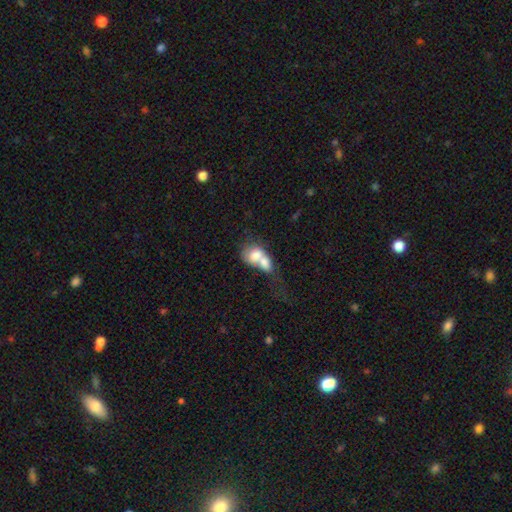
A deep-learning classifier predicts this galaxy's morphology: type=smooth (67%); roundness=in between (60%); merging=merger (77%).